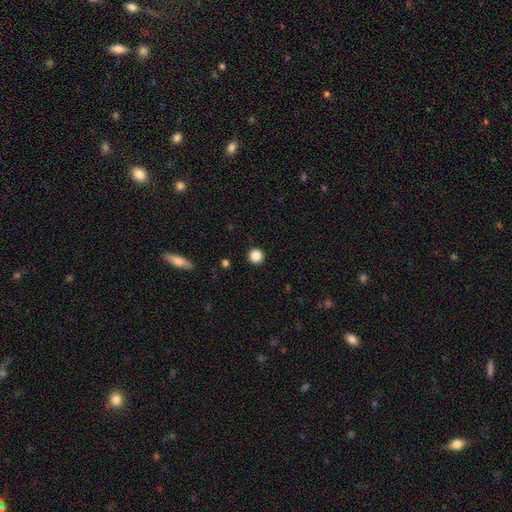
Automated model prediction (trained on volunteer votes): smooth_or_featured: smooth (p=0.87) [alt: star or artifact p=0.10]
how_rounded: round (p=0.96) [alt: in between p=0.03]
merging: none (p=0.93) [alt: minor disturbance p=0.04]